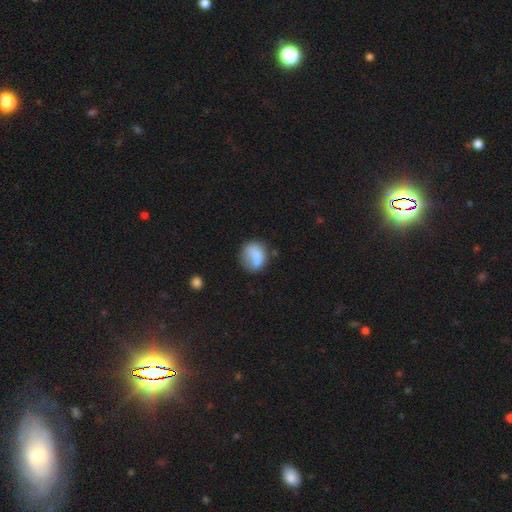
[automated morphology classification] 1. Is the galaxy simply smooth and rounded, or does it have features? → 75% smooth, 16% featured or disk, 9% star or artifact.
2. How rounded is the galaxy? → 67% round, 32% in between, 1% cigar-shaped.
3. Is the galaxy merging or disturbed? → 51% none, 25% minor disturbance, 13% merger, 11% major disturbance.